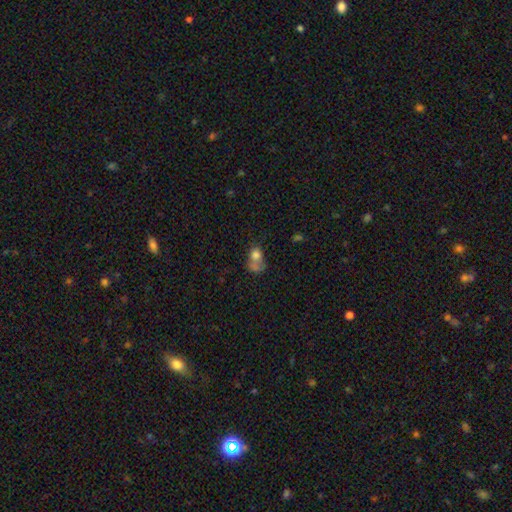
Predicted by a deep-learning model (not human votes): A smooth galaxy with no disk features (72%) that is round (51%). Merging: merger (45%).